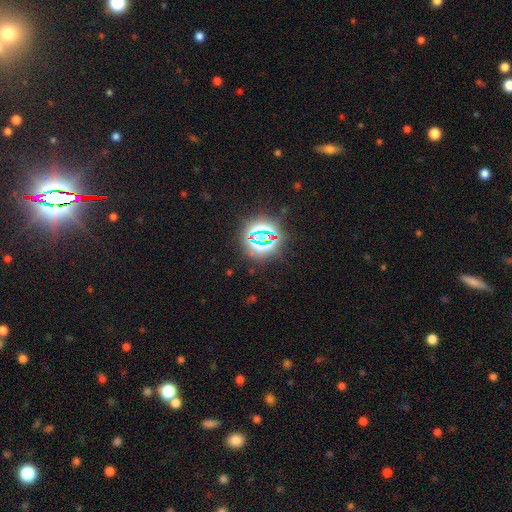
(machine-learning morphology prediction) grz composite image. It shows a star or artifact, not a galaxy (82%).